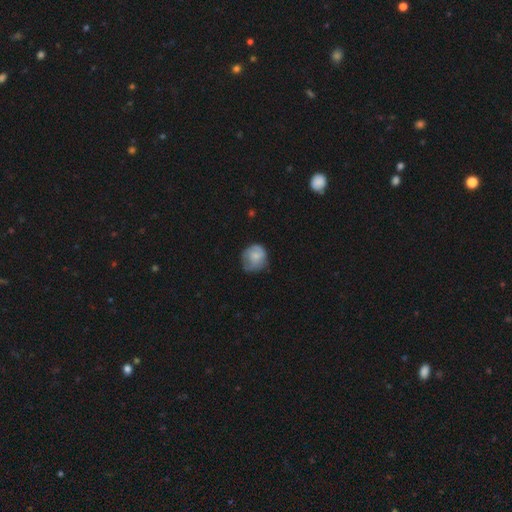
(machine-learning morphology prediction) This is likely a smooth galaxy (70%). How rounded: clearly round (82%). Merging: possibly none (57%).